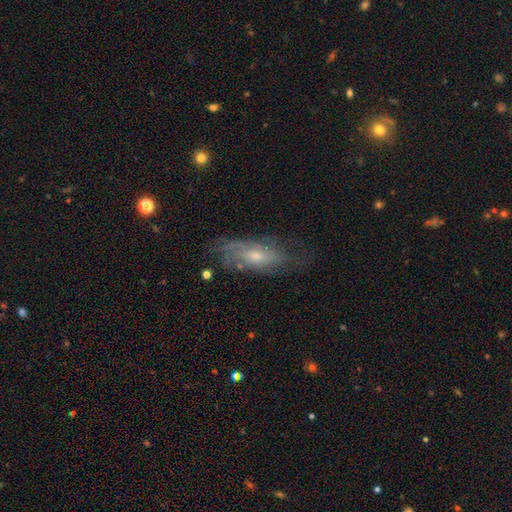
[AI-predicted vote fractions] featured or disk 64%, smooth 28%, star or artifact 9%. Down the decision tree: edge-on disk — no (79%); bar — no (70%); spiral arms — yes (75%); bulge size — small (50%); merging — none (62%).